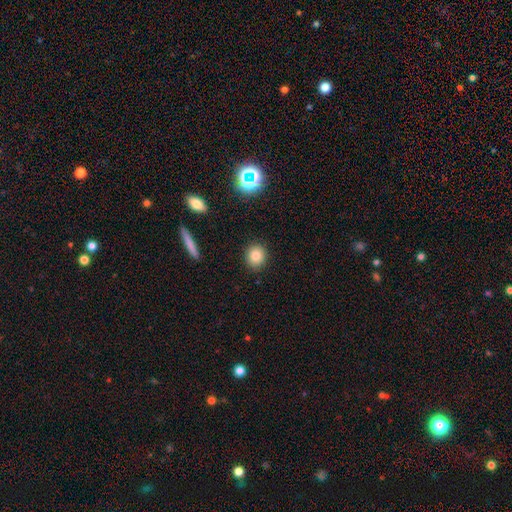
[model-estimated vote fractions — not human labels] Smooth or featured? Predicted: smooth (p=0.82). How rounded? Predicted: round (p=0.81). Merging? Predicted: none (p=0.90).